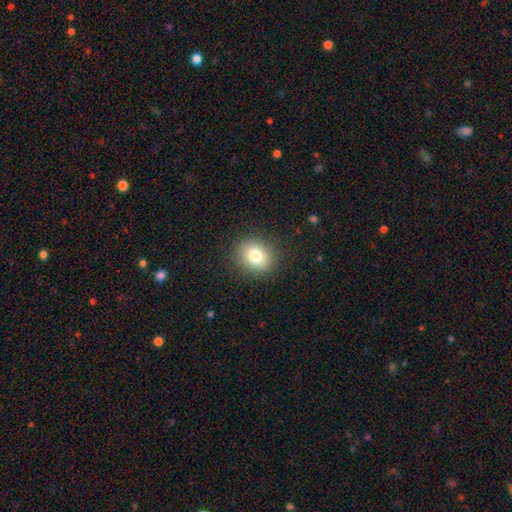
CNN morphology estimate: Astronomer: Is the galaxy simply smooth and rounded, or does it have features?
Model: smooth — 80%.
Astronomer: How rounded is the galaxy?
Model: round — 62% (runner-up: in between, 37%).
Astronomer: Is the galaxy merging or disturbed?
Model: none — 88%.